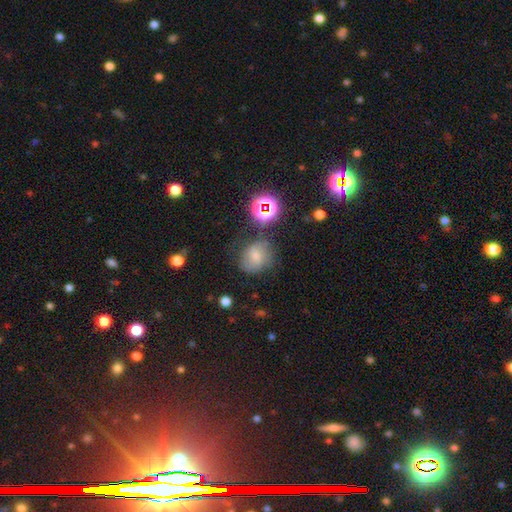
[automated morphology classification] smooth 57%, featured or disk 24%, star or artifact 19%. Down the decision tree: how rounded — round (70%); merging — none (62%).